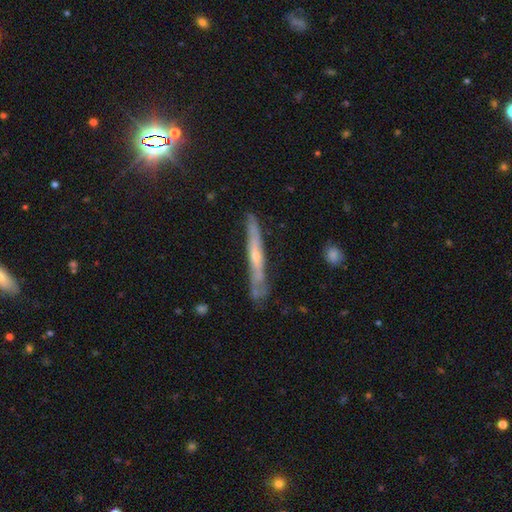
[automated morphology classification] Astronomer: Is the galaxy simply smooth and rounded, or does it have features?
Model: featured or disk — 68%.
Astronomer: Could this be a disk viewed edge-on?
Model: yes — 89%.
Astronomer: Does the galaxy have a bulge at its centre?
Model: rounded — 58% (runner-up: none, 38%).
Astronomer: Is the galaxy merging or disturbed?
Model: none — 74%.